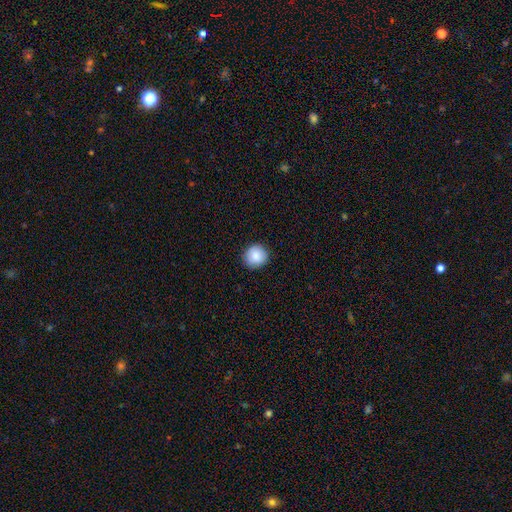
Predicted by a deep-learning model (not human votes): Q: Smooth or featured?
A: smooth (87%); runner-up: star or artifact (8%)
Q: How rounded?
A: round (89%); runner-up: in between (10%)
Q: Merging?
A: none (88%); runner-up: minor disturbance (9%)